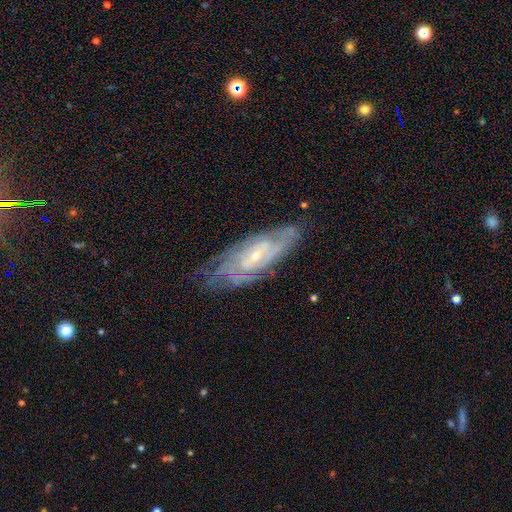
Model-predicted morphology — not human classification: A featured or disk galaxy (84%) with no bar (53%), tight (67%) spiral arms (94%) and a small central bulge (71%). Merging: none (70%).